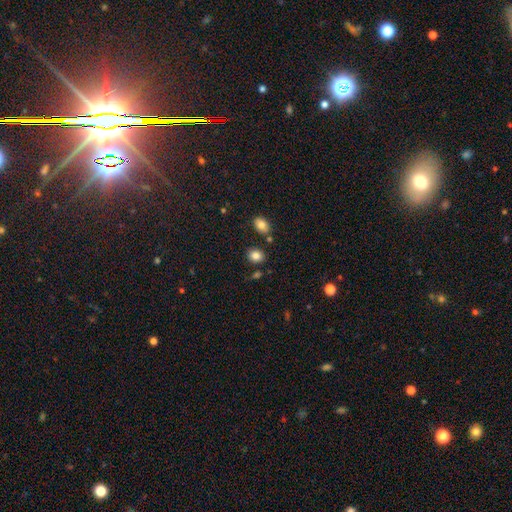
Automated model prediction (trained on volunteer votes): A smooth galaxy with no disk features (84%) that is in between round and cigar-shaped (51%). Merging: none (79%).